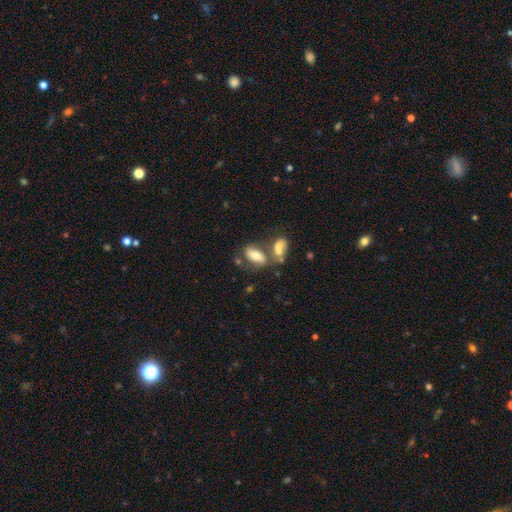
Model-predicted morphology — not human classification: This appears to be a smooth galaxy with no disk features (65%) that is in between round and cigar-shaped (84%). Merging: none (44%).